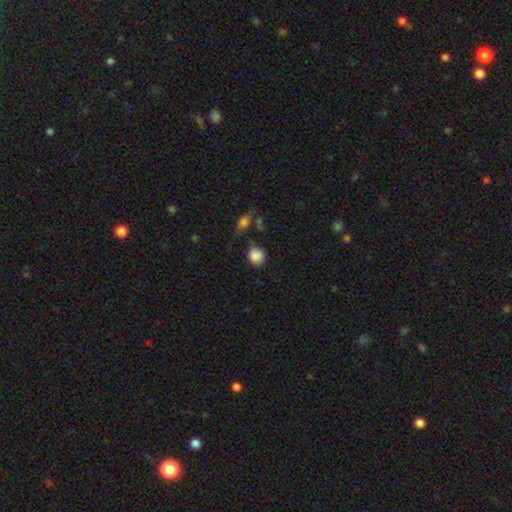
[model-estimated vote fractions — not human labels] Overall: smooth (86%). How rounded: round (83%). Merging: none (70%).